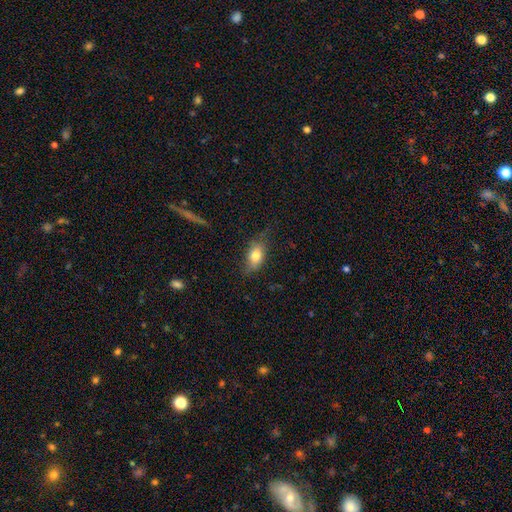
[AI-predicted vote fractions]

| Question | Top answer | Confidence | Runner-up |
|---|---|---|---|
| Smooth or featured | smooth | 71% | featured or disk (20%) |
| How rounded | in between | 83% | round (9%) |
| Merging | none | 63% | minor disturbance (26%) |